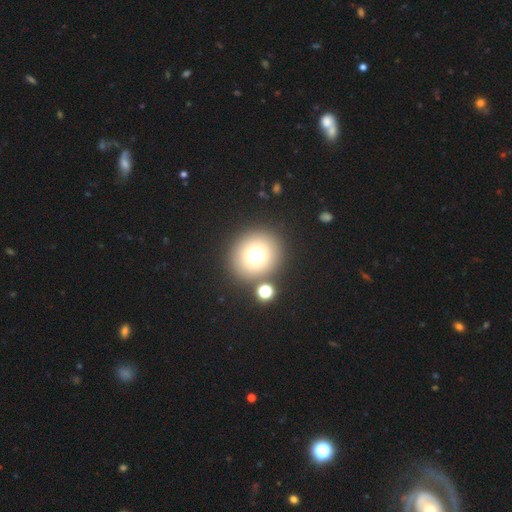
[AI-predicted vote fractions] This is likely a smooth galaxy (71%). How rounded: clearly round (89%). Merging: clearly none (80%).